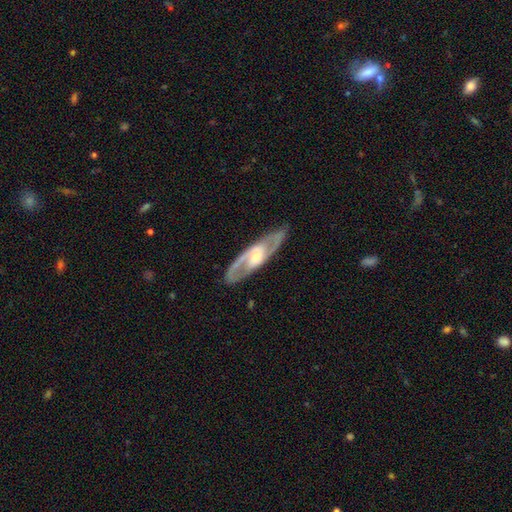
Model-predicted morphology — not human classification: Q: Smooth or featured?
A: featured or disk (82%); runner-up: smooth (13%)
Q: Edge-on disk?
A: no (78%); runner-up: yes (22%)
Q: Bar?
A: no (43%); runner-up: weak (37%)
Q: Spiral arms?
A: yes (86%); runner-up: no (14%)
Q: Spiral winding?
A: medium (52%); runner-up: tight (31%)
Q: Spiral arm count?
A: 2 (86%); runner-up: can't tell (9%)
Q: Bulge size?
A: moderate (48%); runner-up: small (24%)
Q: Merging?
A: none (86%); runner-up: minor disturbance (10%)